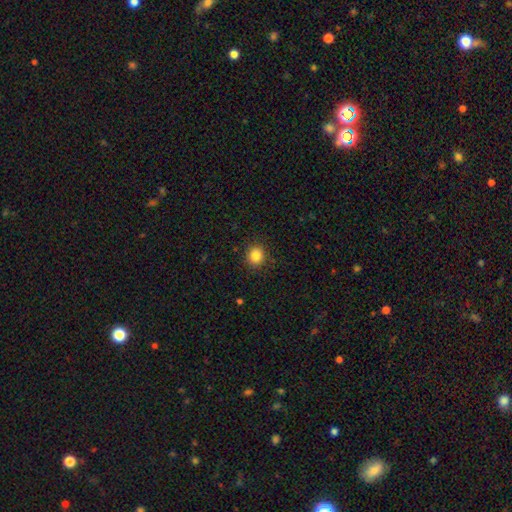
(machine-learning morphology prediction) Smooth or featured? smooth (85%)
How rounded? round (84%)
Merging? none (90%)